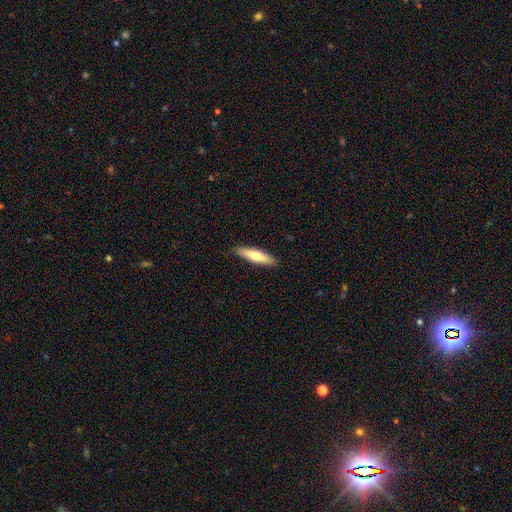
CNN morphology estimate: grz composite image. It shows a smooth galaxy with no disk features (69%) that is cigar-shaped (76%). Merging: none (89%).